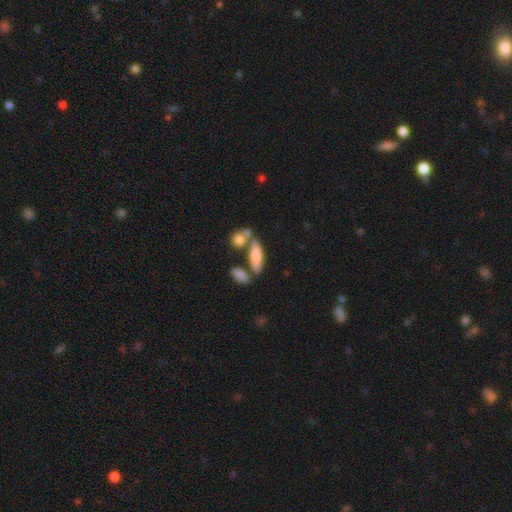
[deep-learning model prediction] A smooth galaxy with no disk features (75%) that is in between round and cigar-shaped (54%). Merging: none (54%).